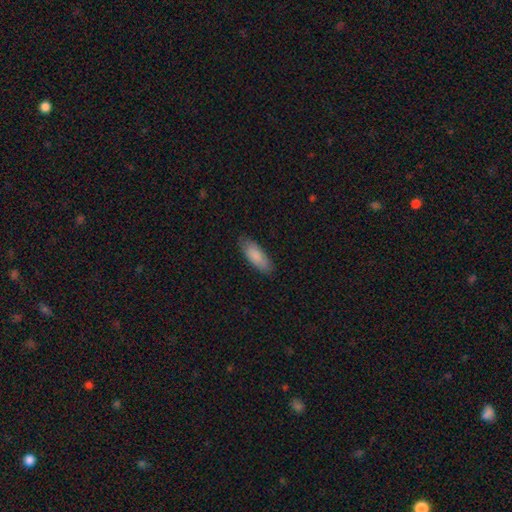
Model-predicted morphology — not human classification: Smooth or featured? smooth (87%)
How rounded? in between (71%)
Merging? none (84%)